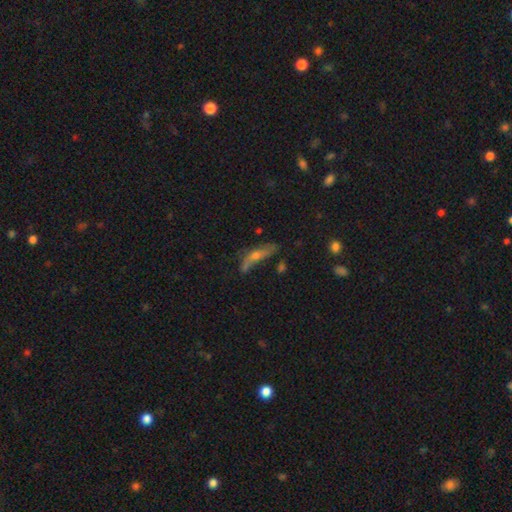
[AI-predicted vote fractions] Smooth or featured? featured or disk (49%)
Merging? none (51%)